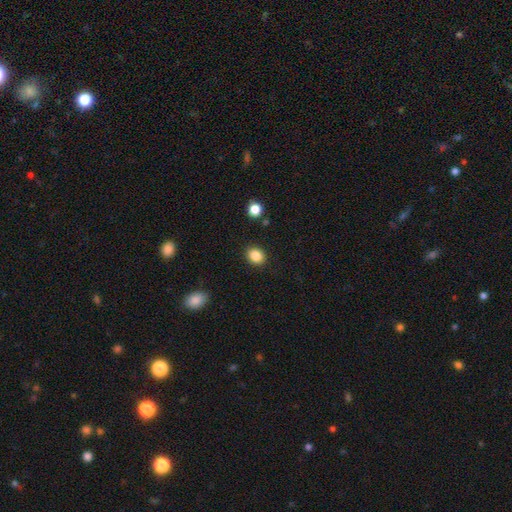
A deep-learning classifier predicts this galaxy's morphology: smooth_or_featured: smooth (p=0.86) [alt: star or artifact p=0.10]
how_rounded: round (p=0.54) [alt: in between p=0.45]
merging: none (p=0.89) [alt: minor disturbance p=0.07]